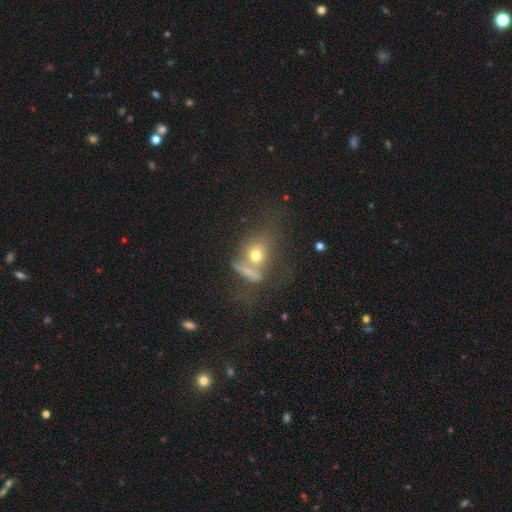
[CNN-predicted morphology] Q: Smooth or featured?
A: smooth (60%); runner-up: featured or disk (24%)
Q: How rounded?
A: round (52%); runner-up: in between (43%)
Q: Merging?
A: merger (38%); runner-up: none (32%)